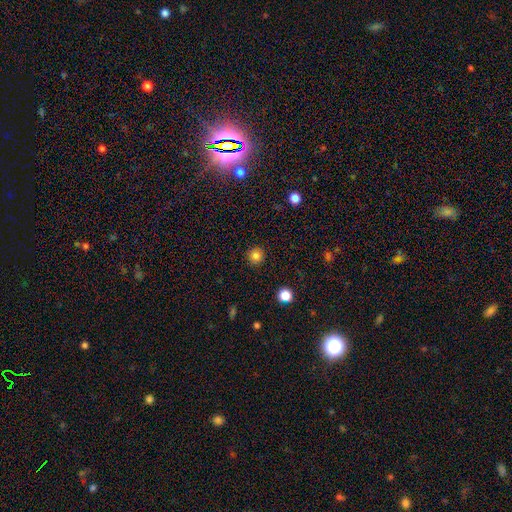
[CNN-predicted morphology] This appears to be a smooth galaxy with no disk features (82%) that is round (93%). Merging: none (91%).